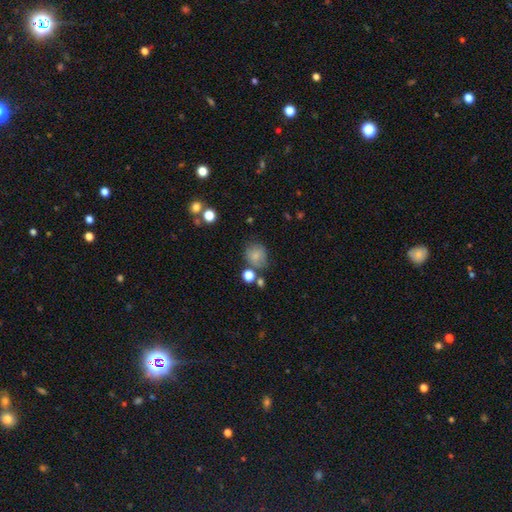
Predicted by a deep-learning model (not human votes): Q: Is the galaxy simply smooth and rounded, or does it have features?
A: smooth — 78%.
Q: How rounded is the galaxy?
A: round — 77%.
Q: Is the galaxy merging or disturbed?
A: none — 64%.